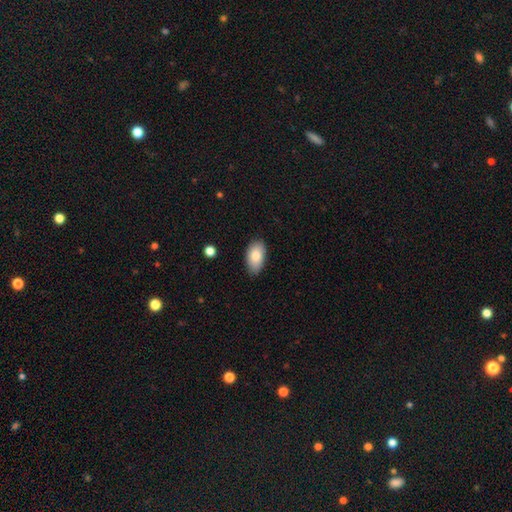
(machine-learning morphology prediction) smooth_or_featured: smooth (p=0.81) [alt: featured or disk p=0.12]
how_rounded: in between (p=0.94) [alt: round p=0.04]
merging: none (p=0.83) [alt: minor disturbance p=0.13]